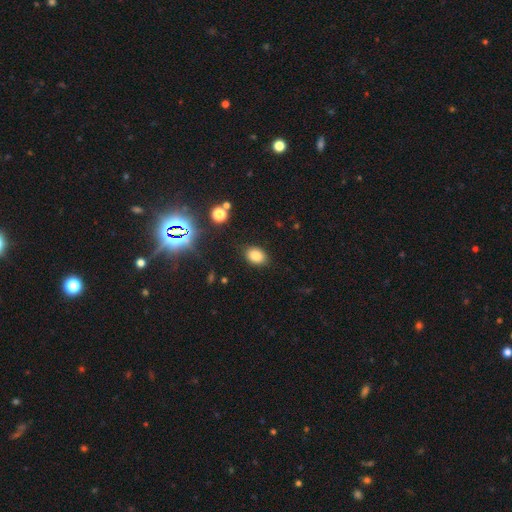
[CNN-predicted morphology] This appears to be a smooth galaxy with no disk features (81%) that is in between round and cigar-shaped (75%). Merging: none (86%).